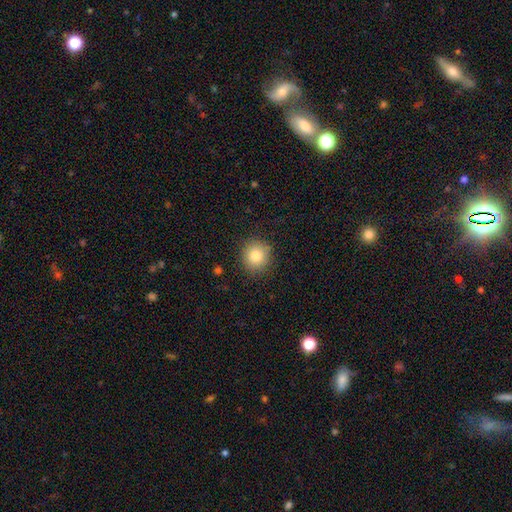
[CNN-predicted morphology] This is clearly a smooth galaxy (82%). How rounded: clearly round (91%). Merging: clearly none (88%).